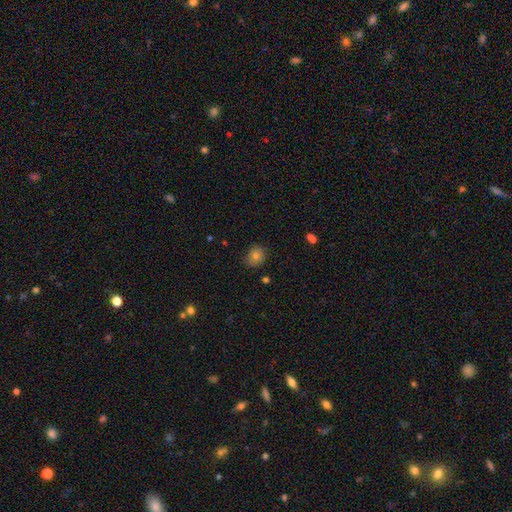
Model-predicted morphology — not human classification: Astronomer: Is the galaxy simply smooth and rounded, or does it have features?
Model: smooth — 79%.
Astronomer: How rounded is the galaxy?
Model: round — 71%.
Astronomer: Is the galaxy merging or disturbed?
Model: none — 79%.